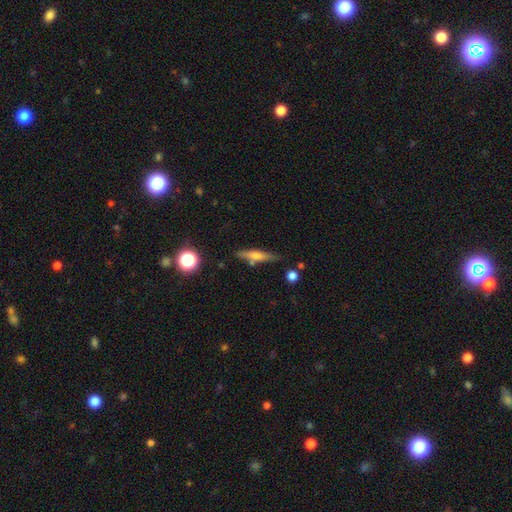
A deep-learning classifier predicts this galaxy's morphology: A featured or disk galaxy (46%, tied with smooth).

Vote fractions:
- Smooth or featured? featured or disk: 46% (tied) / smooth: 46% (tied) / star or artifact: 8%
- Merging? none: 79% / minor disturbance: 13% / merger: 5% / major disturbance: 3%